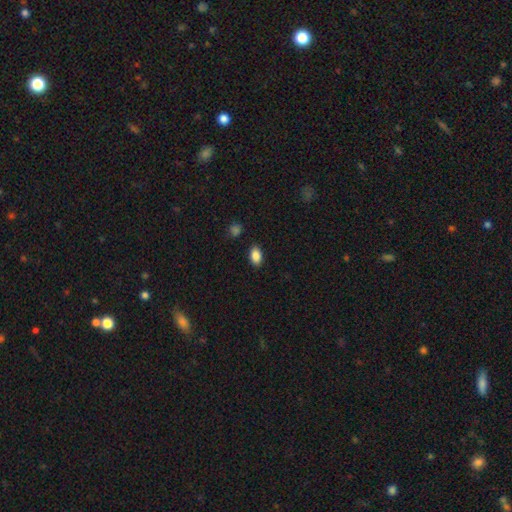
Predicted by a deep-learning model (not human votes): Q: Smooth or featured?
A: smooth (88%); runner-up: star or artifact (8%)
Q: How rounded?
A: in between (89%); runner-up: round (9%)
Q: Merging?
A: none (87%); runner-up: minor disturbance (9%)